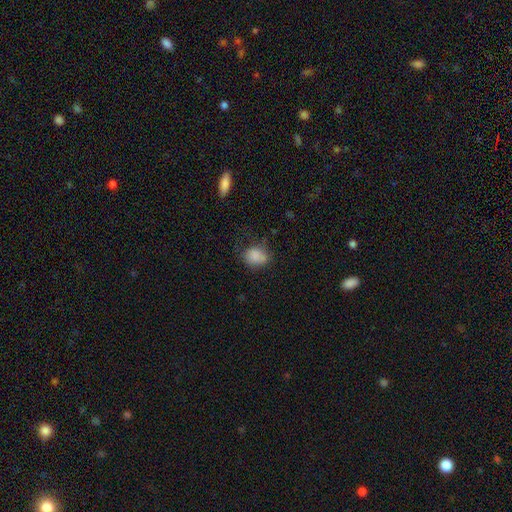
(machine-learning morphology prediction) This is clearly a smooth galaxy (83%). How rounded: possibly round (53%). Merging: possibly none (56%).